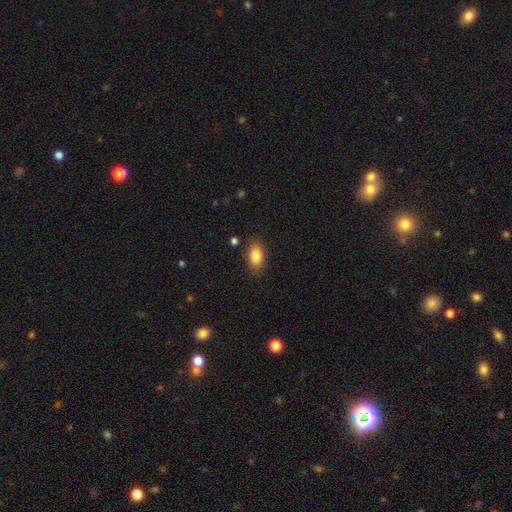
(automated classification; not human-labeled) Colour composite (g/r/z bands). It shows a smooth galaxy with no disk features (86%) that is in between round and cigar-shaped (90%). Merging: none (84%).